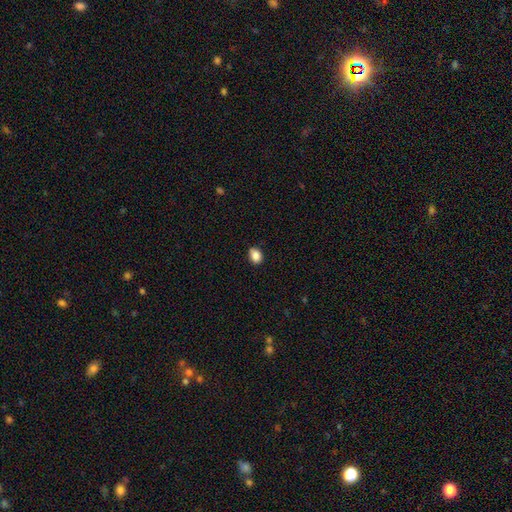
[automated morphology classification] Smooth or featured? smooth (87%)
How rounded? in between (67%)
Merging? none (82%)